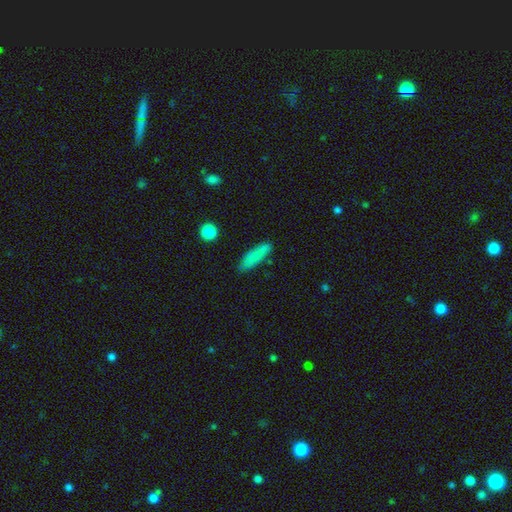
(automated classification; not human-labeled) Morphology: type=smooth (81%); roundness=cigar-shaped (72%); merging=none (80%).